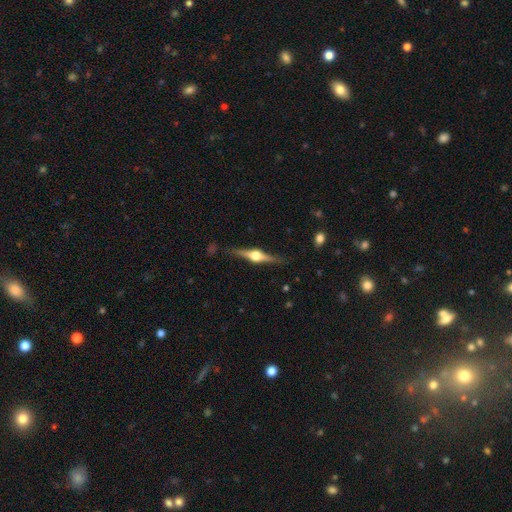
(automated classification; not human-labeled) smooth_or_featured: featured or disk (p=0.85) [alt: smooth p=0.10]
disk_edge_on: yes (p=0.98) [alt: no p=0.02]
edge_on_bulge: rounded (p=0.96) [alt: boxy p=0.03]
merging: none (p=0.87) [alt: minor disturbance p=0.09]